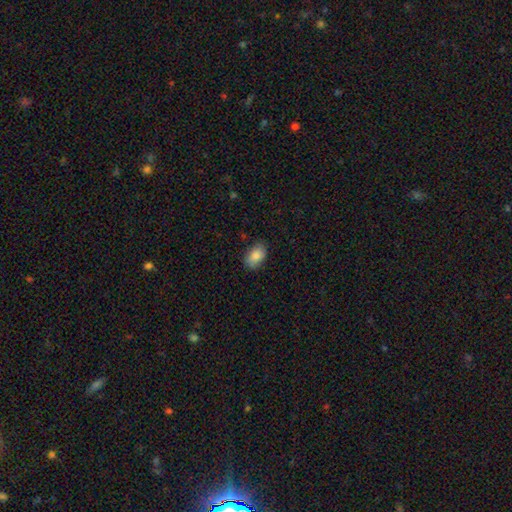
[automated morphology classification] Overall: smooth (86%). How rounded: in between (87%). Merging: none (80%).